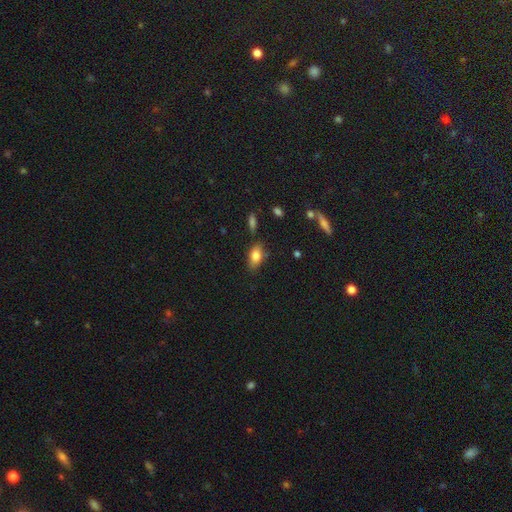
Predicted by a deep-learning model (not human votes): Smooth or featured? smooth (79%)
How rounded? in between (87%)
Merging? none (75%)